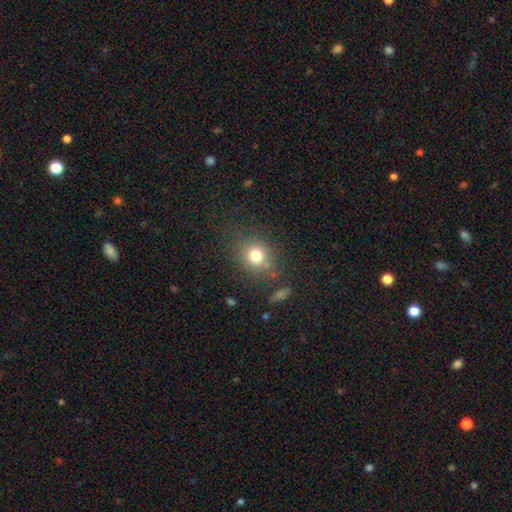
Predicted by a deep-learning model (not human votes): This is likely a smooth galaxy (77%). How rounded: likely round (71%). Merging: likely none (74%).